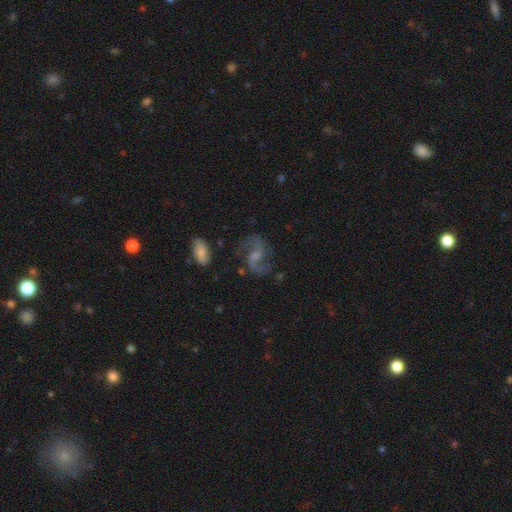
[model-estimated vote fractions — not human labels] The model was most divided on "spiral winding": loose: 48%, medium: 45%, tight: 7%. Remaining: edge-on disk — no (98%); spiral arms — yes (97%); spiral arm count — 2 (93%); smooth or featured — featured or disk (88%); merging — none (74%); bar — weak (51%); bulge size — small (41%).